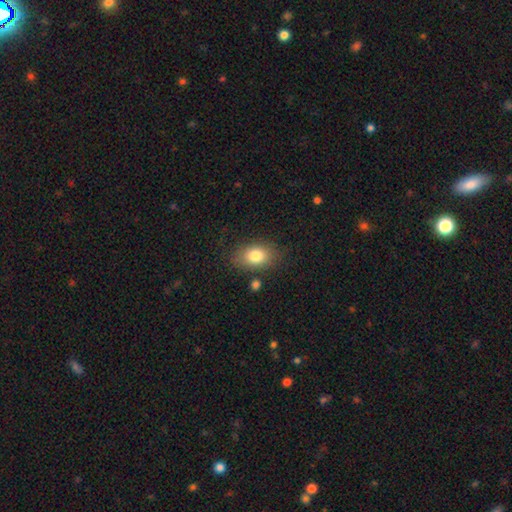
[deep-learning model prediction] smooth 81%, featured or disk 11%, star or artifact 8%. Down the decision tree: how rounded — in between (84%); merging — none (79%).